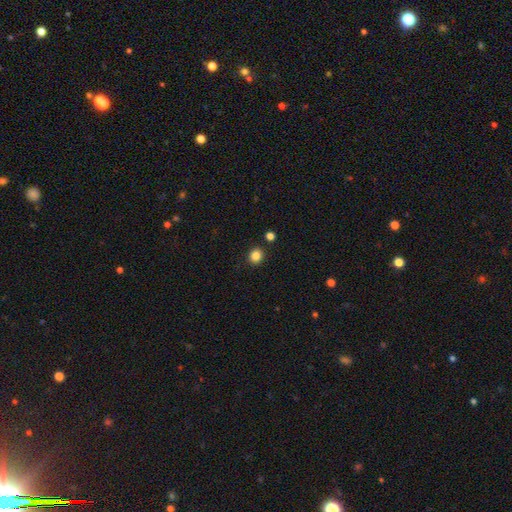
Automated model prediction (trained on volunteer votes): smooth-or-featured: smooth: 85% | star or artifact: 11% | featured or disk: 4%
  how-rounded: round: 80% | in between: 19% | cigar-shaped: 1%
  merging: none: 88% | minor disturbance: 7% | merger: 3% | major disturbance: 2%